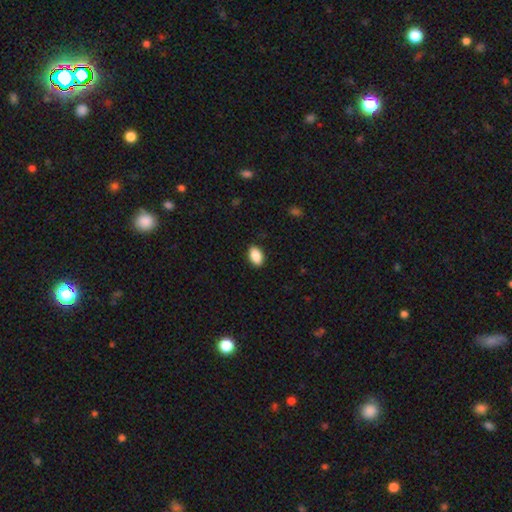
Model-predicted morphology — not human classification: The model was most divided on "merging": none: 88%, minor disturbance: 9%, major disturbance: 2%, merger: 1%. More confident: how rounded — in between (93%); smooth or featured — smooth (89%).